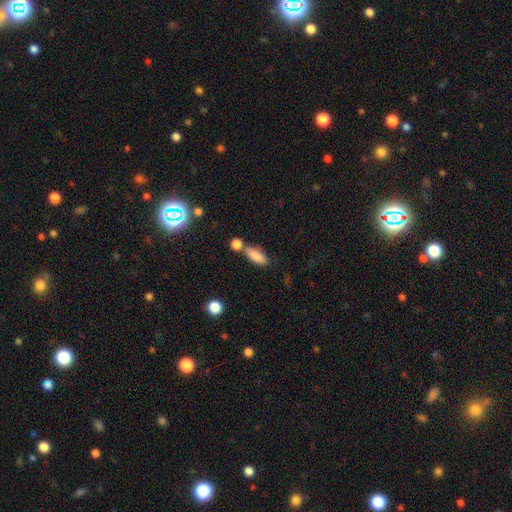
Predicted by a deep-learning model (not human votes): smooth_or_featured: smooth (p=0.84) [alt: star or artifact p=0.08]
how_rounded: in between (p=0.72) [alt: cigar-shaped p=0.25]
merging: none (p=0.56) [alt: merger p=0.27]